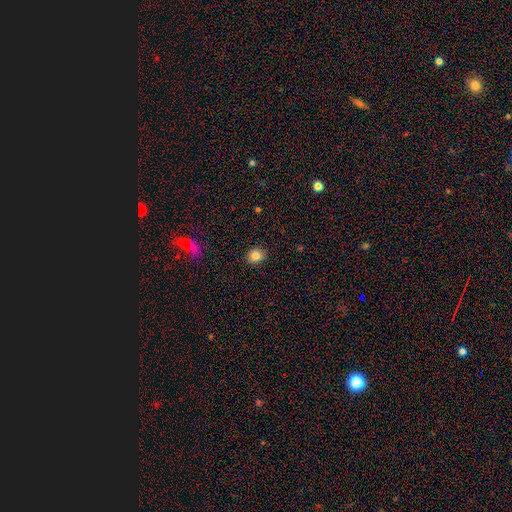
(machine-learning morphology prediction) Smooth or featured: smooth — 83% (star or artifact — 10%)
How rounded: round — 70% (in between — 29%)
Merging: none — 89% (minor disturbance — 8%)